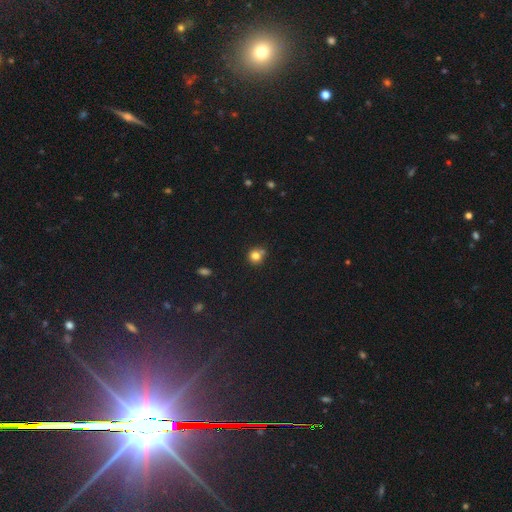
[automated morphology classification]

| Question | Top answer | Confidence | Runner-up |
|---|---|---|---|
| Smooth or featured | smooth | 80% | star or artifact (13%) |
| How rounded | round | 87% | in between (12%) |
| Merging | none | 62% | merger (19%) |